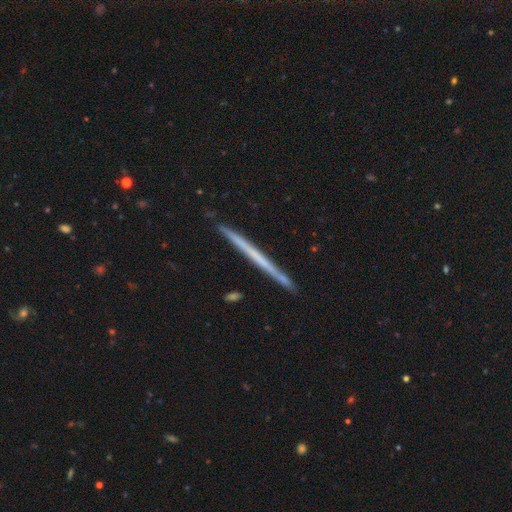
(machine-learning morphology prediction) This appears to be a featured or disk galaxy (56%) viewed edge-on (98%) with no central bulge (93%). Merging: none (91%).